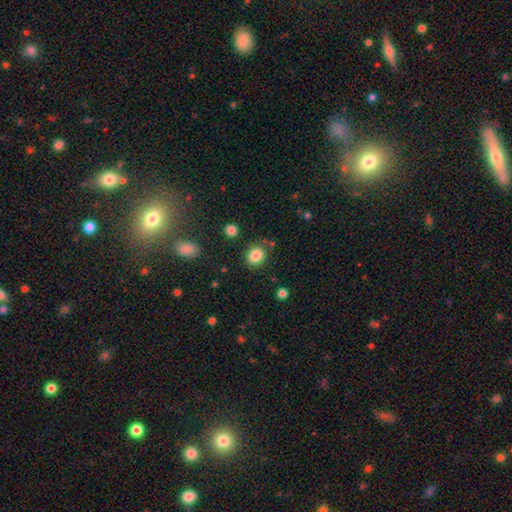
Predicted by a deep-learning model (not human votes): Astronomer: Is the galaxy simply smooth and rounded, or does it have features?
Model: smooth — 85%.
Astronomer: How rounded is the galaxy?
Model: round — 73%.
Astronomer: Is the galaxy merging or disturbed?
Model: none — 82%.